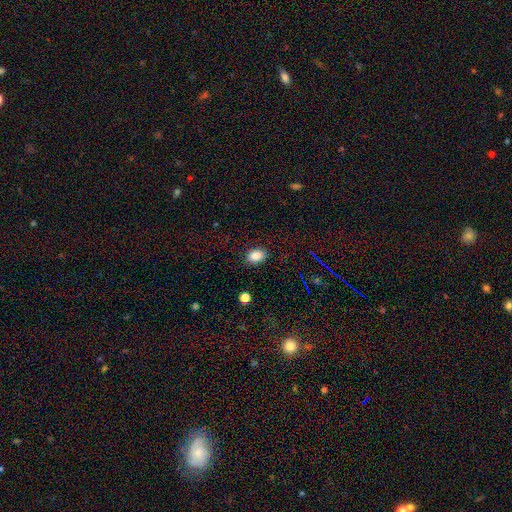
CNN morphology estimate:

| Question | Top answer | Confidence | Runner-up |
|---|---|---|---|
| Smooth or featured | smooth | 86% | star or artifact (10%) |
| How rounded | in between | 76% | round (23%) |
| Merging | none | 86% | minor disturbance (10%) |